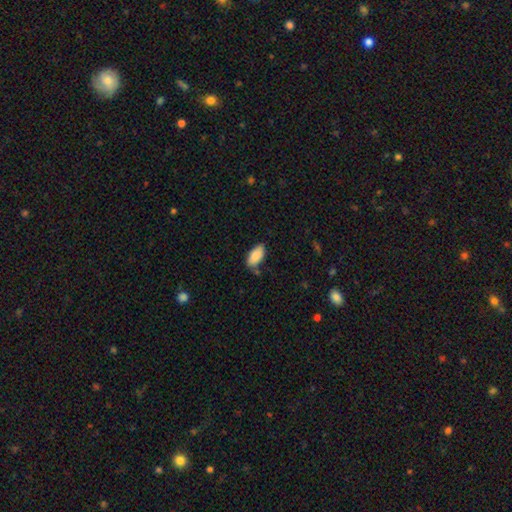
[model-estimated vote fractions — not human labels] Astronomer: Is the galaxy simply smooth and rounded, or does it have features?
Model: smooth — 89%.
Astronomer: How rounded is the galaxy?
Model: in between — 94%.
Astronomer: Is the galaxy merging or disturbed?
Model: none — 74%.